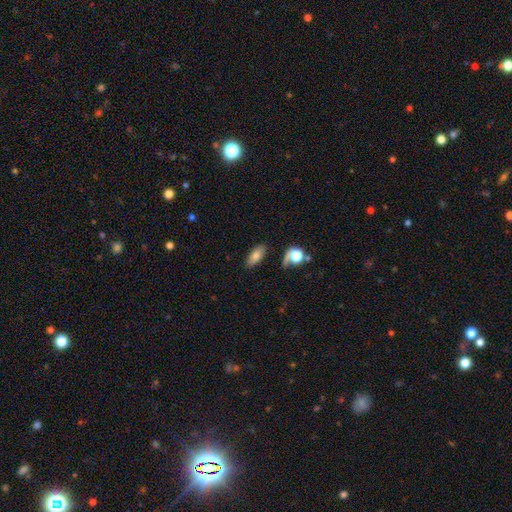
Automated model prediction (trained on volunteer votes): Smooth or featured?
  - smooth: 72% *
  - featured or disk: 18%
  - star or artifact: 10%
How rounded?
  - in between: 82% *
  - cigar-shaped: 13%
  - round: 6%
Merging?
  - none: 79% *
  - minor disturbance: 12%
  - merger: 5%
  - major disturbance: 4%